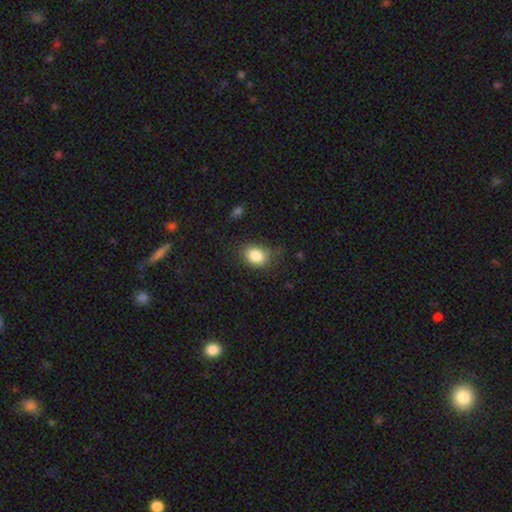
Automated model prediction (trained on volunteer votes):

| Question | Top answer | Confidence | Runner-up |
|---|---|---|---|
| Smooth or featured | smooth | 84% | star or artifact (9%) |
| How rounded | in between | 62% | round (37%) |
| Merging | none | 75% | minor disturbance (18%) |